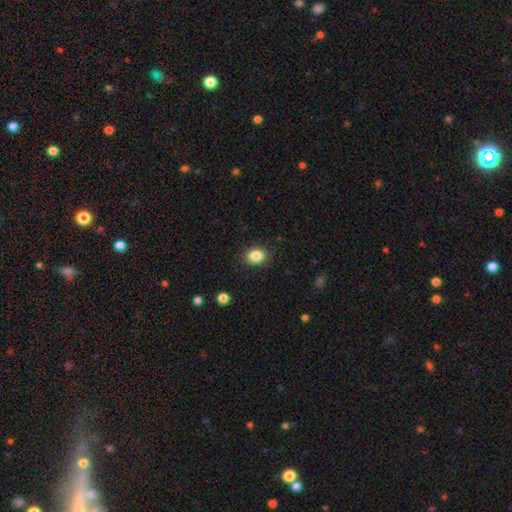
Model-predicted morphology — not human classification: This is clearly a smooth galaxy (86%). How rounded: likely in between (60%). Merging: clearly none (87%).